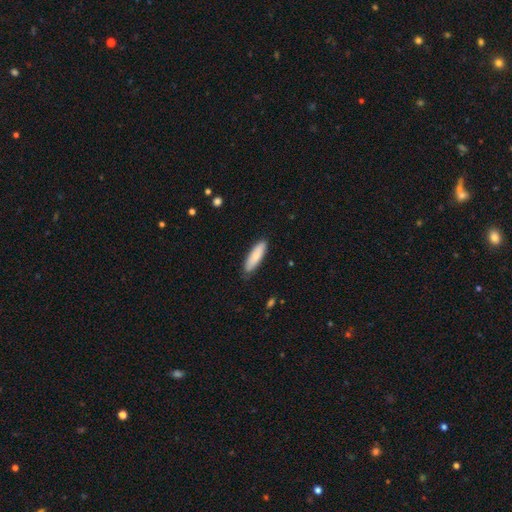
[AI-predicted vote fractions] This appears to be a smooth galaxy with no disk features (77%) that is cigar-shaped (56%). Merging: none (82%).